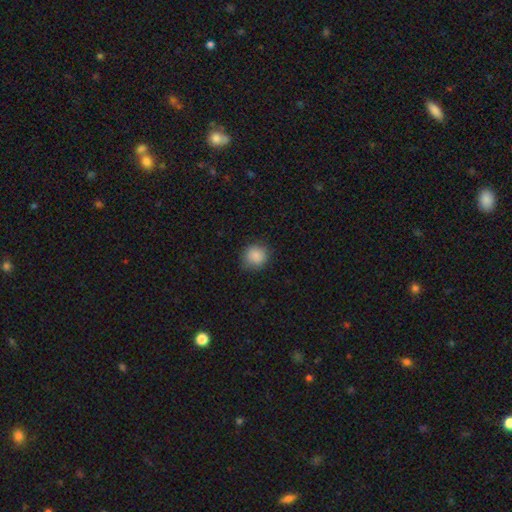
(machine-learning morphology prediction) A smooth galaxy with no disk features (86%) that is round (86%). Merging: none (82%).